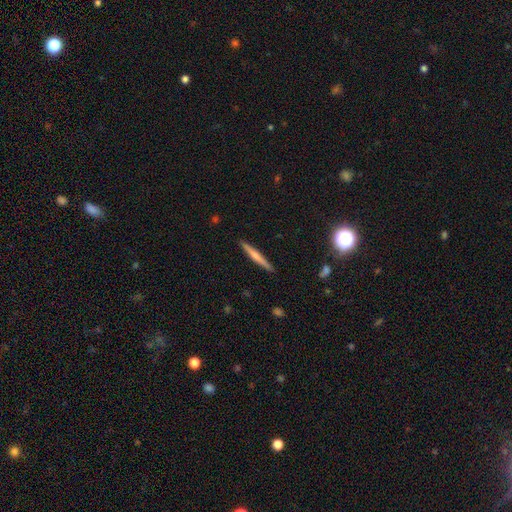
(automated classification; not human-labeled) The model was most divided on "smooth or featured" (2-way tie): featured or disk: 47%, smooth: 47%, star or artifact: 6%. More confident: merging — none (91%).